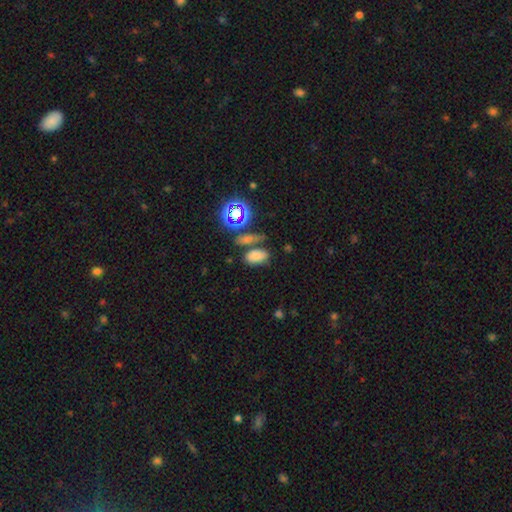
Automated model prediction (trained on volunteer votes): smooth-or-featured: smooth: 72% | star or artifact: 20% | featured or disk: 8%
  how-rounded: in between: 89% | round: 8% | cigar-shaped: 3%
  merging: none: 60% | merger: 19% | minor disturbance: 15% | major disturbance: 6%